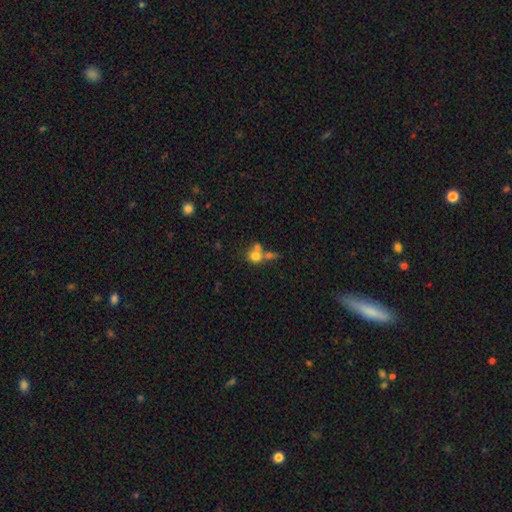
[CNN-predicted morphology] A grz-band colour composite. It shows a smooth galaxy with no disk features (71%) that is round (75%). Merging: merger (55%).